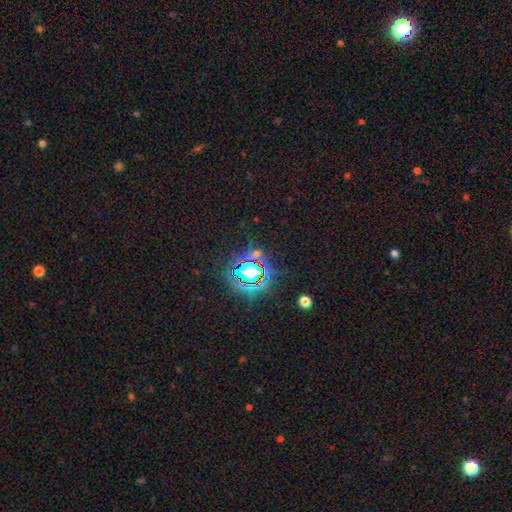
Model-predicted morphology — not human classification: Smooth or featured? Predicted: star or artifact (p=0.76).